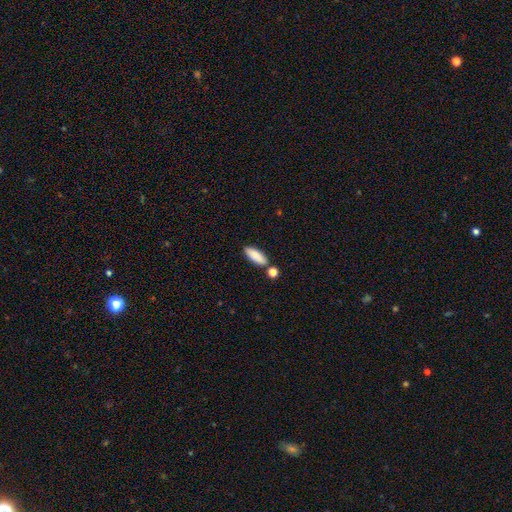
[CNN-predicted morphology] Overall: smooth (86%). How rounded: in between (72%). Merging: none (75%).